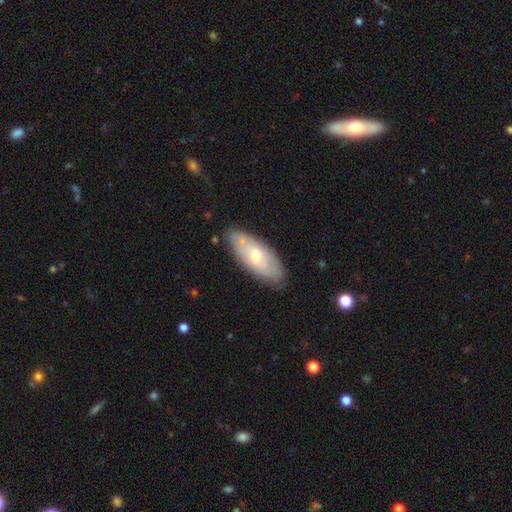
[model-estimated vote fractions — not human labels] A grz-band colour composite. It shows a featured or disk galaxy (50%). Merging: none (80%).